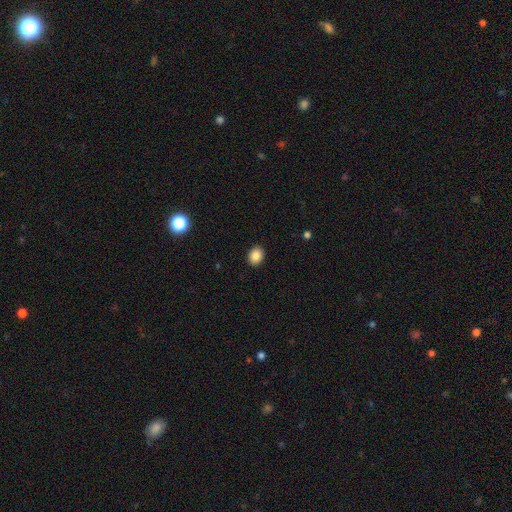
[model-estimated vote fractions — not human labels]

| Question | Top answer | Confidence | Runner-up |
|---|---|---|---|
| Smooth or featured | smooth | 86% | star or artifact (9%) |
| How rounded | in between | 54% | round (45%) |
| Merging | none | 91% | minor disturbance (6%) |